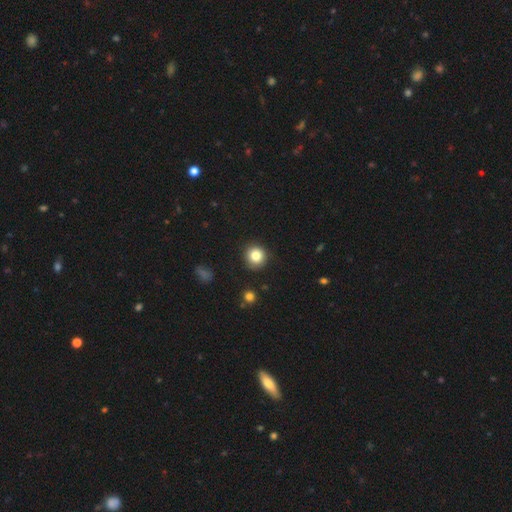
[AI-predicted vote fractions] Smooth or featured? Predicted: smooth (p=0.84). How rounded? Predicted: round (p=0.91). Merging? Predicted: none (p=0.89).